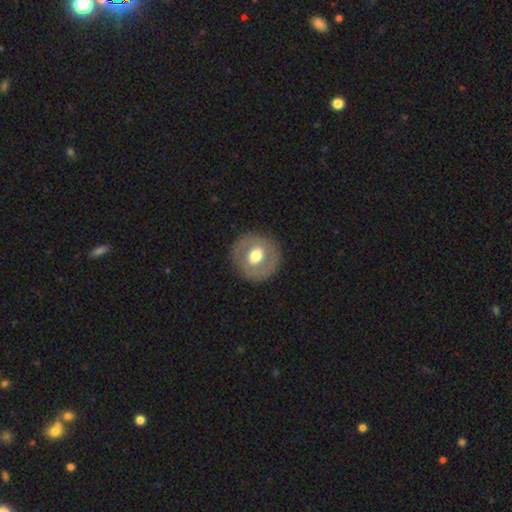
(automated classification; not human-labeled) A smooth galaxy with no disk features (49%). Merging: none (86%).